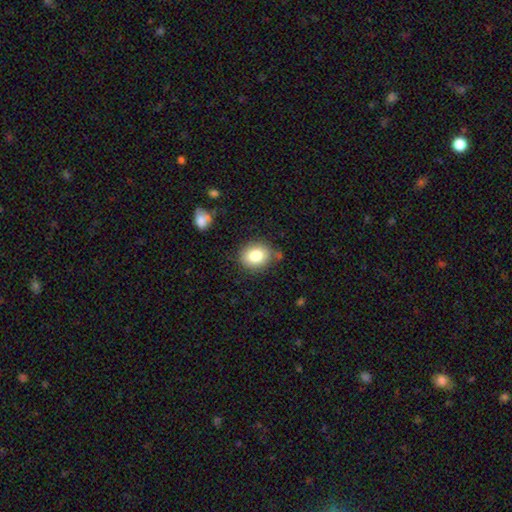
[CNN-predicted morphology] smooth_or_featured: smooth (p=0.81) [alt: star or artifact p=0.10]
how_rounded: round (p=0.61) [alt: in between p=0.38]
merging: none (p=0.77) [alt: minor disturbance p=0.15]